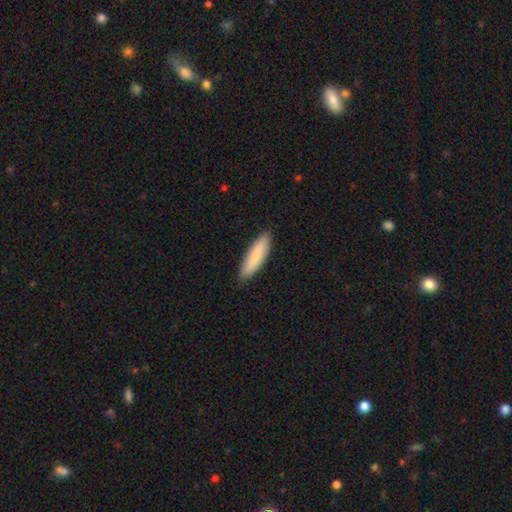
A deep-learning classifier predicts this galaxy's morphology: Smooth or featured? Predicted: smooth (p=0.81). How rounded? Predicted: cigar-shaped (p=0.65). Merging? Predicted: none (p=0.87).